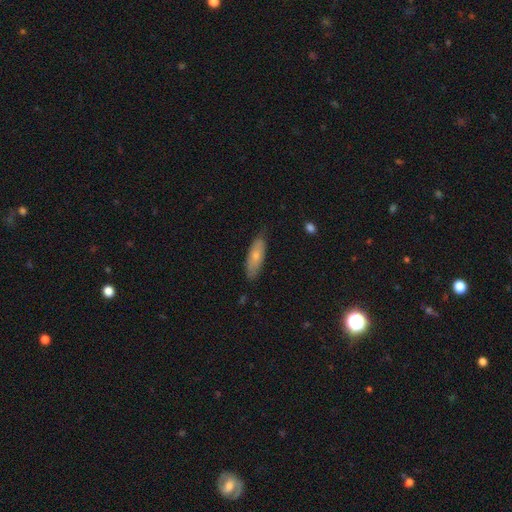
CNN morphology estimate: This appears to be a smooth galaxy with no disk features (69%) that is in between round and cigar-shaped (59%). Merging: none (77%).